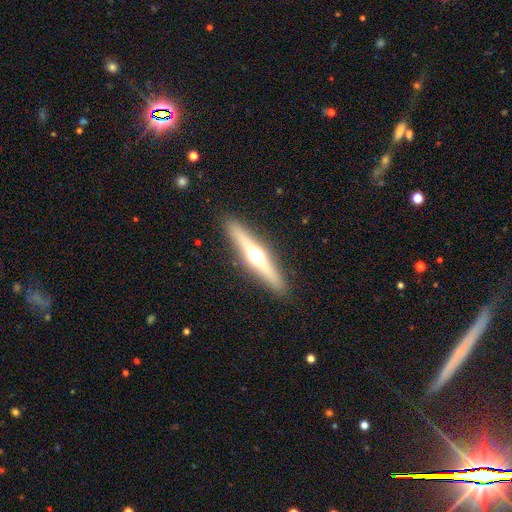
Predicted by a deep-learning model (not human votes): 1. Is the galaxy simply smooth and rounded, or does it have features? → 66% featured or disk, 27% smooth, 7% star or artifact.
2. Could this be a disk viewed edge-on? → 96% yes, 4% no.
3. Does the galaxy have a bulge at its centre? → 95% rounded, 2% none, 2% boxy.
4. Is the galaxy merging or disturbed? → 90% none, 7% minor disturbance, 2% major disturbance, 1% merger.